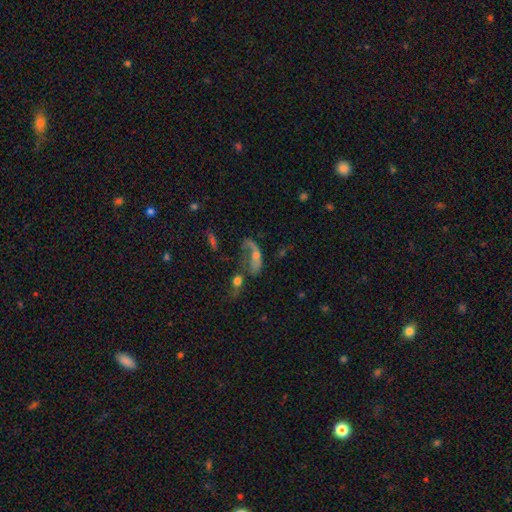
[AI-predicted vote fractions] Smooth or featured?
  - featured or disk: 47% *
  - smooth: 36%
  - star or artifact: 17%
Merging?
  - major disturbance: 37% *
  - merger: 28%
  - none: 22%
  - minor disturbance: 12%